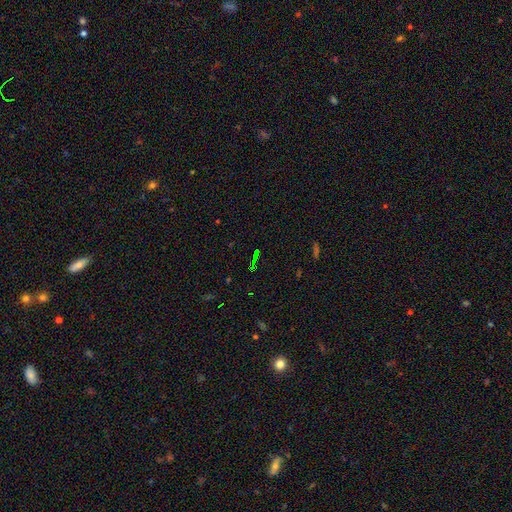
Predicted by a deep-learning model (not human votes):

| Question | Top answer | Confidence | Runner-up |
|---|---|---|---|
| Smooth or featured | star or artifact | 74% | smooth (14%) |